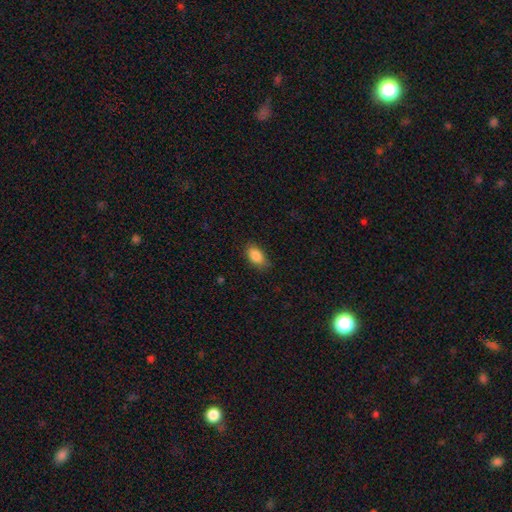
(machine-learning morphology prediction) The model was most divided on "merging": none: 80%, minor disturbance: 16%, major disturbance: 3%, merger: 1%. More confident: how rounded — in between (90%); smooth or featured — smooth (87%).